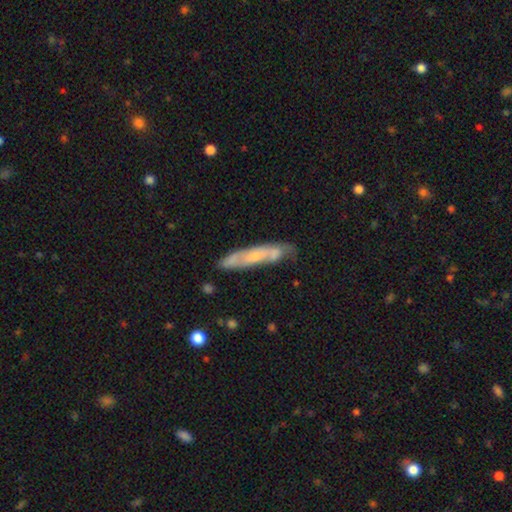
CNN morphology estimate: Smooth or featured? Predicted: featured or disk (p=0.57). Edge-on disk? Predicted: no (p=0.51). Merging? Predicted: none (p=0.62).